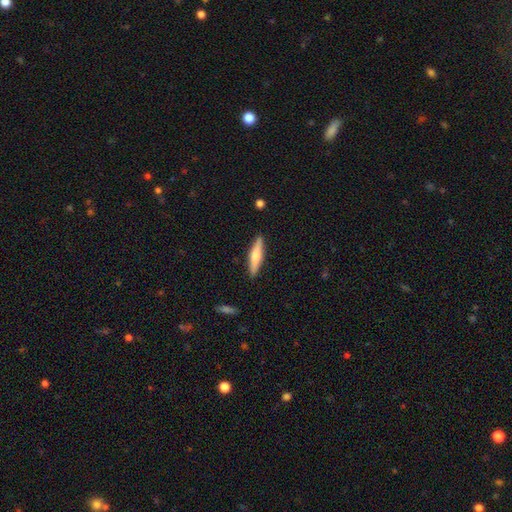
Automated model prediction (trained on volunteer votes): A smooth galaxy with no disk features (48%). Merging: none (90%).